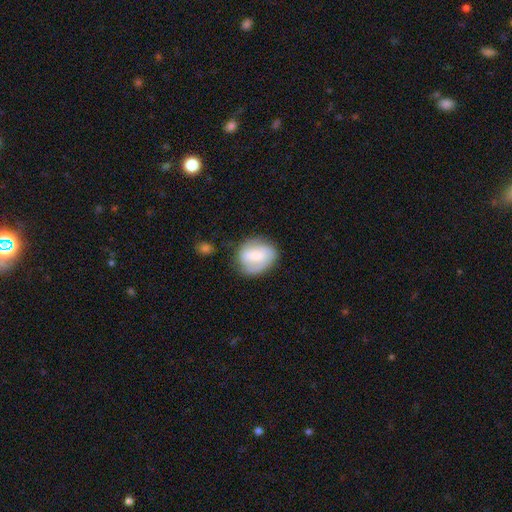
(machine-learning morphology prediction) Smooth or featured: smooth — 52% (featured or disk — 41%)
How rounded: round — 52% (in between — 47%)
Merging: none — 69% (minor disturbance — 21%)